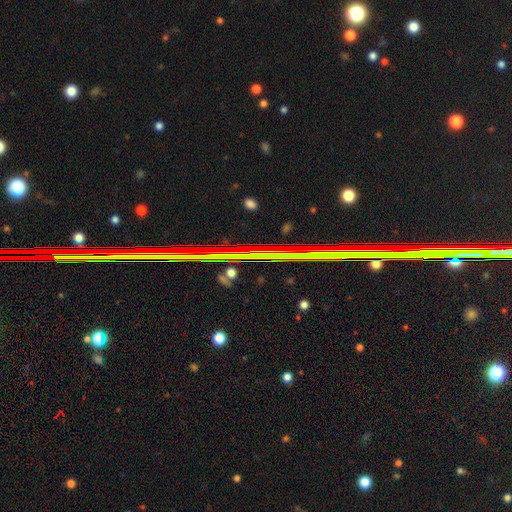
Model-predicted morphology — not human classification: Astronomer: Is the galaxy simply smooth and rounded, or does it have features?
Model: star or artifact — 81%.